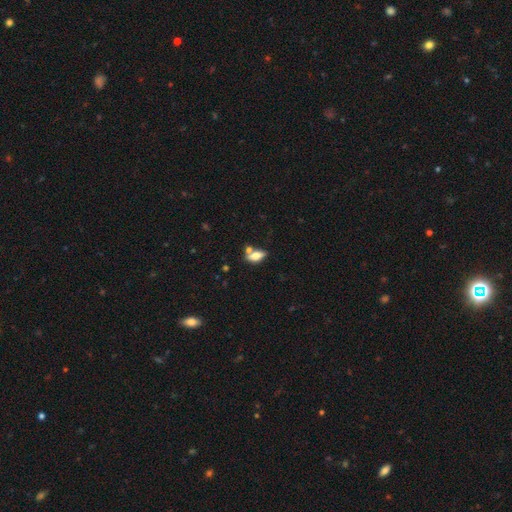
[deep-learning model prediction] A smooth galaxy with no disk features (67%) that is in between round and cigar-shaped (83%).

Vote fractions:
- Smooth or featured? smooth: 67% / featured or disk: 25% / star or artifact: 8%
- How rounded? in between: 83% / cigar-shaped: 12% / round: 5%
- Merging? none: 50% / merger: 29% / minor disturbance: 15% / major disturbance: 6%